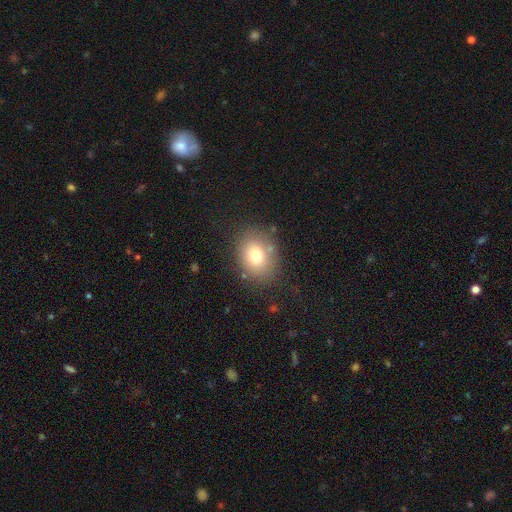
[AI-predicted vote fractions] Smooth or featured? Predicted: smooth (p=0.75). How rounded? Predicted: in between (p=0.53). Merging? Predicted: none (p=0.79).